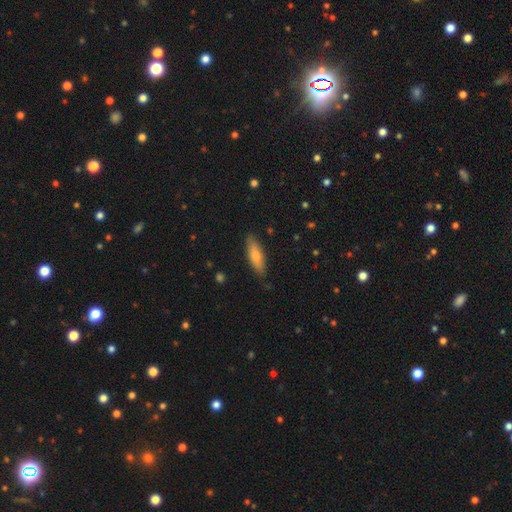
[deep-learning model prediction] Smooth or featured? smooth (74%)
How rounded? in between (53%)
Merging? none (84%)